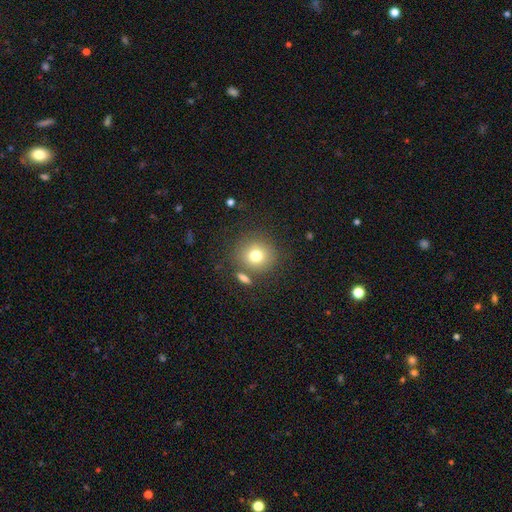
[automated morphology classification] Overall: smooth (76%). How rounded: round (90%). Merging: none (75%).